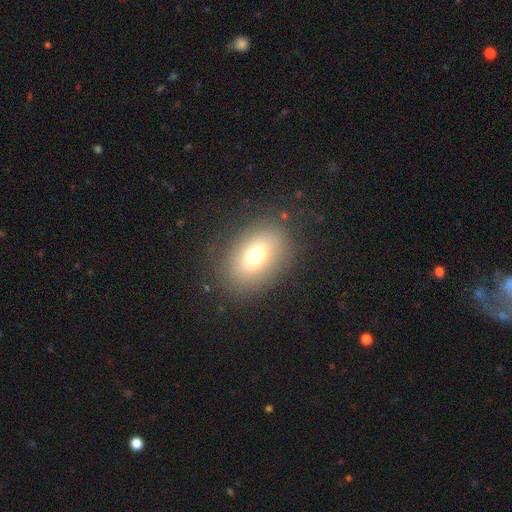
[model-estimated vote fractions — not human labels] Overall: smooth (72%). How rounded: in between (76%). Merging: none (82%).